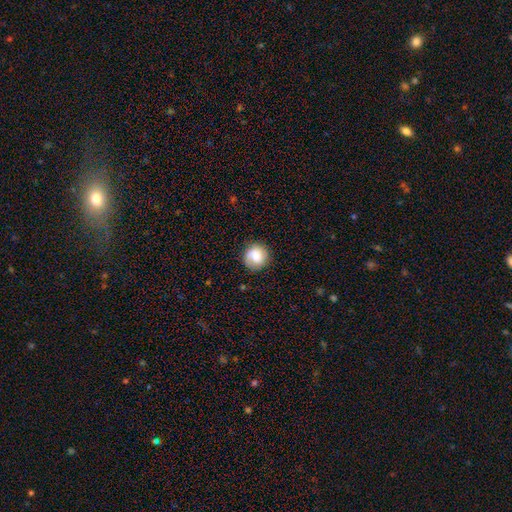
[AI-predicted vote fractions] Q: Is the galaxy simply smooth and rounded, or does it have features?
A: smooth — 80%.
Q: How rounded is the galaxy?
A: round — 90%.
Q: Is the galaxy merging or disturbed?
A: none — 79%.